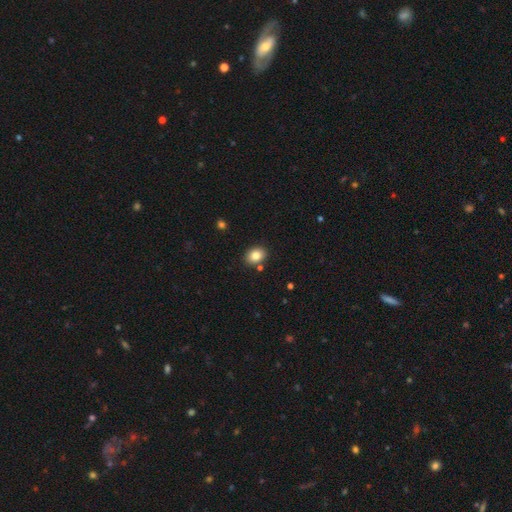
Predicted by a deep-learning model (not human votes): The model was most divided on "how rounded": in between: 65%, round: 34%, cigar-shaped: 1%. More confident: merging — none (84%); smooth or featured — smooth (84%).